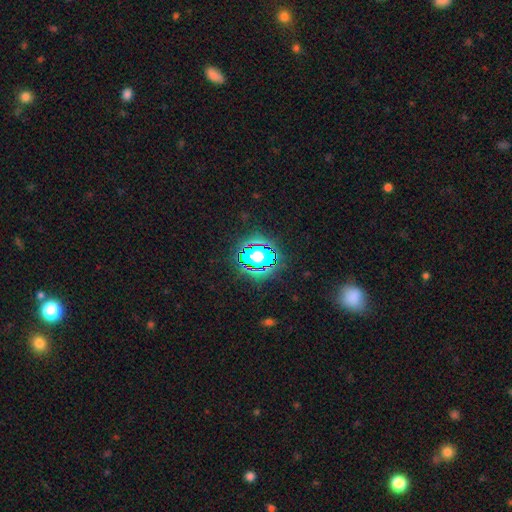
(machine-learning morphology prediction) type=star or artifact (79%).